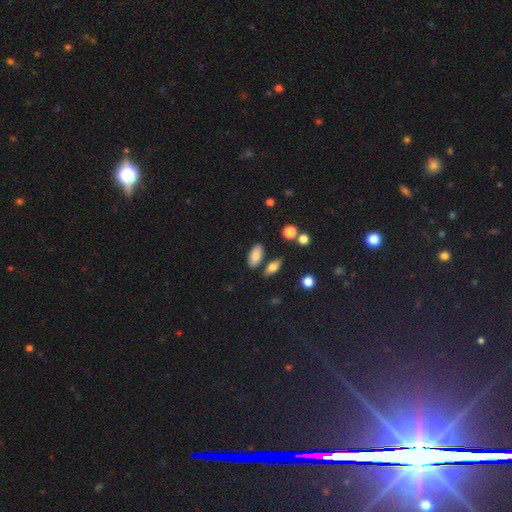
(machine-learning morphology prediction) Smooth or featured: smooth — 83% (featured or disk — 9%)
How rounded: in between — 88% (cigar-shaped — 8%)
Merging: none — 77% (minor disturbance — 12%)